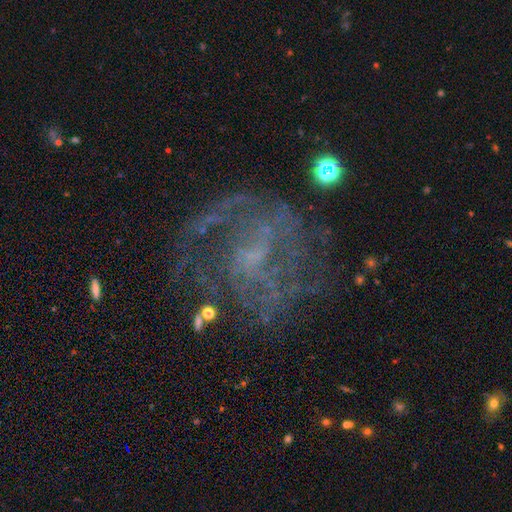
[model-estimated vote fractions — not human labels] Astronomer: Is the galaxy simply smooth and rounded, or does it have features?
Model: featured or disk — 74%.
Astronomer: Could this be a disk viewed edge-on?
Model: no — 98%.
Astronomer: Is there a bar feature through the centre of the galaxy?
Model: no — 45% (runner-up: weak, 42%).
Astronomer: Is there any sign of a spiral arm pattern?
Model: yes — 74%.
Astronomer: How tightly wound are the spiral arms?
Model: medium — 43% (runner-up: tight, 32%).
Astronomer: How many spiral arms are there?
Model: can't tell — 41% (runner-up: 2, 32%).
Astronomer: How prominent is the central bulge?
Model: small — 46% (runner-up: none, 35%).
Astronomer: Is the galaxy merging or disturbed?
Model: none — 61%.